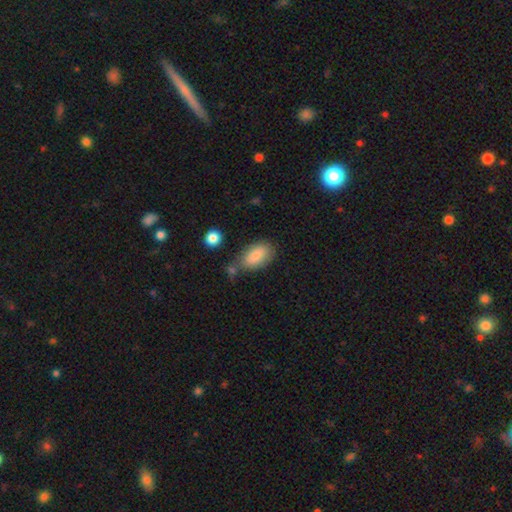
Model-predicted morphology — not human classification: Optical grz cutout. It shows a smooth galaxy with no disk features (83%) that is in between round and cigar-shaped (92%). Merging: none (62%).